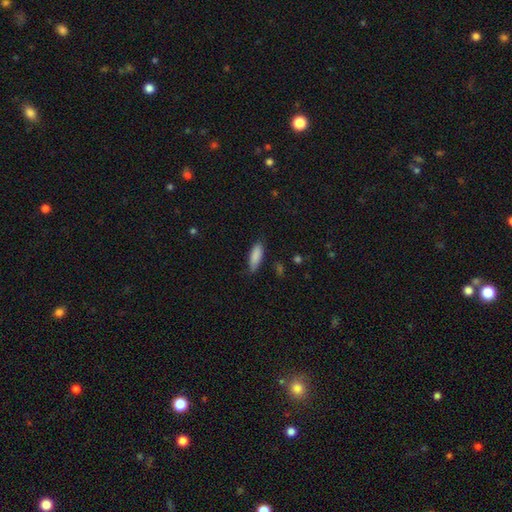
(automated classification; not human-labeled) Morphology: type=smooth (87%); roundness=in between (57%); merging=none (78%).